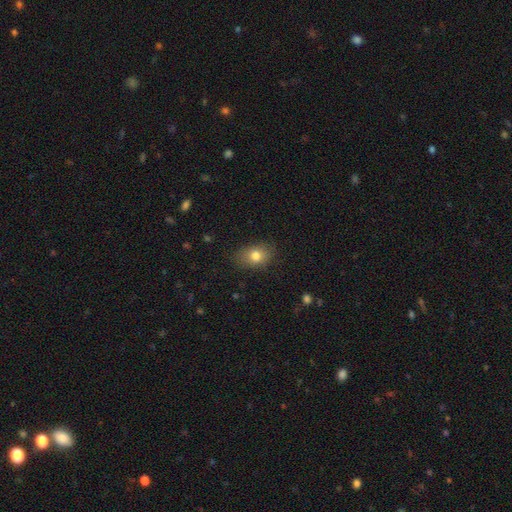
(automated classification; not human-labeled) Q: Smooth or featured?
A: smooth (79%); runner-up: featured or disk (11%)
Q: How rounded?
A: in between (75%); runner-up: round (24%)
Q: Merging?
A: none (82%); runner-up: minor disturbance (13%)